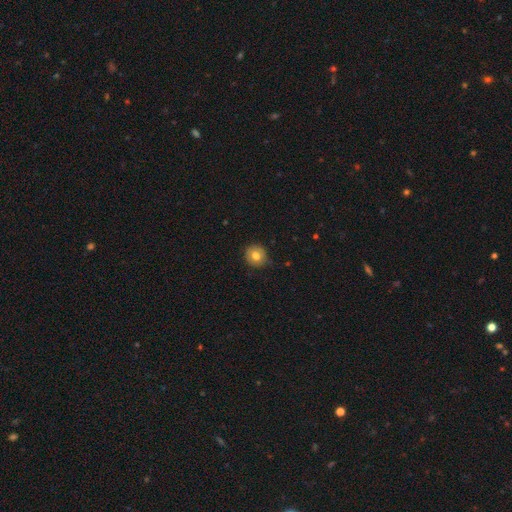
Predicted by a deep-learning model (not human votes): Smooth or featured? Predicted: smooth (p=0.77). How rounded? Predicted: round (p=0.90). Merging? Predicted: none (p=0.82).